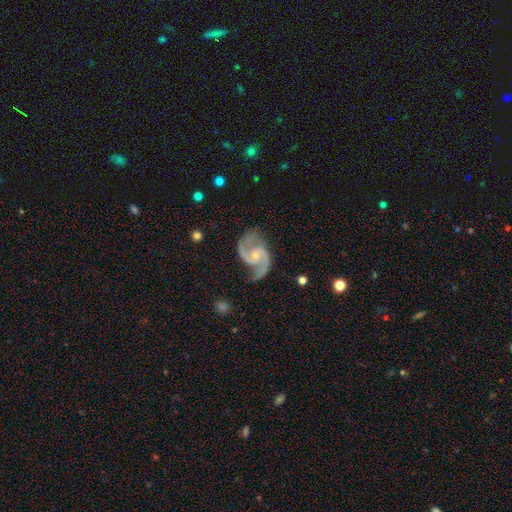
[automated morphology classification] Smooth or featured?
  - featured or disk: 93% *
  - star or artifact: 4%
  - smooth: 3%
Edge-on disk?
  - no: 98% *
  - yes: 2%
Bar?
  - no: 59% *
  - weak: 33%
  - strong: 8%
Spiral arms?
  - yes: 98% *
  - no: 2%
Spiral winding?
  - medium: 63% *
  - loose: 22%
  - tight: 15%
Spiral arm count?
  - 2: 94% *
  - 3: 2%
  - can't tell: 1%
  - 1: 1%
  - 4: 1%
  - more than 4: 1%
Bulge size?
  - small: 63% *
  - moderate: 31%
  - none: 4%
  - large: 1%
  - dominant: 1%
Merging?
  - none: 73% *
  - minor disturbance: 18%
  - major disturbance: 7%
  - merger: 2%